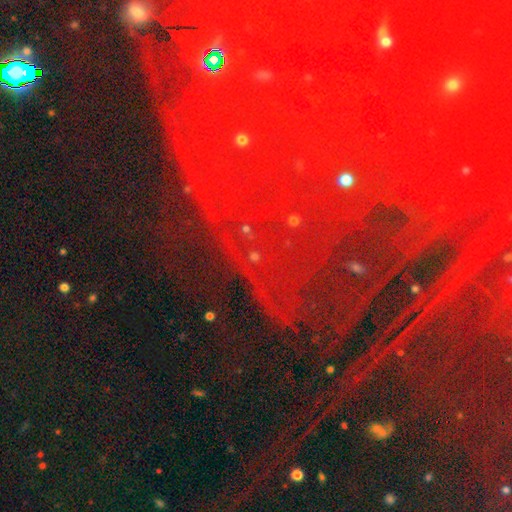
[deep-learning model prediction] Smooth or featured? Predicted: star or artifact (p=0.86).